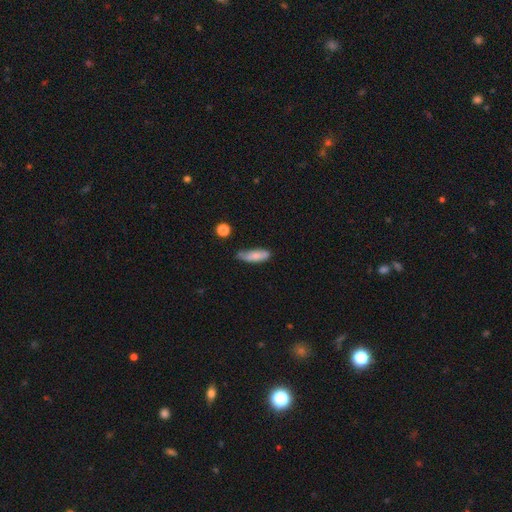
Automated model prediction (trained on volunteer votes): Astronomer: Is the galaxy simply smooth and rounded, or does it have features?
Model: smooth — 76%.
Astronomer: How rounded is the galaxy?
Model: in between — 54% (runner-up: cigar-shaped, 43%).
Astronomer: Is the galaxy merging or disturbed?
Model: none — 55% (runner-up: minor disturbance, 33%).